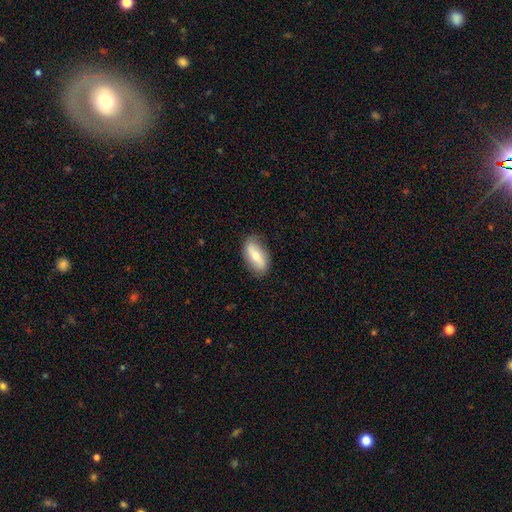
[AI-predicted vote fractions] A smooth galaxy with no disk features (52%) that is in between round and cigar-shaped (84%). Merging: none (82%).